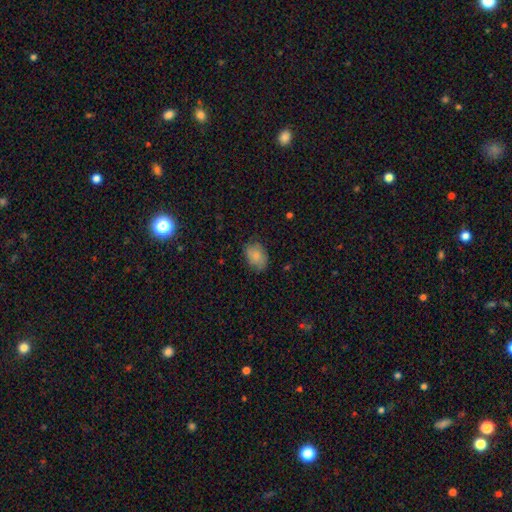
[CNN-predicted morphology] smooth-or-featured: smooth: 82% | featured or disk: 11% | star or artifact: 8%
  how-rounded: in between: 79% | round: 20% | cigar-shaped: 1%
  merging: none: 75% | minor disturbance: 19% | major disturbance: 4% | merger: 1%